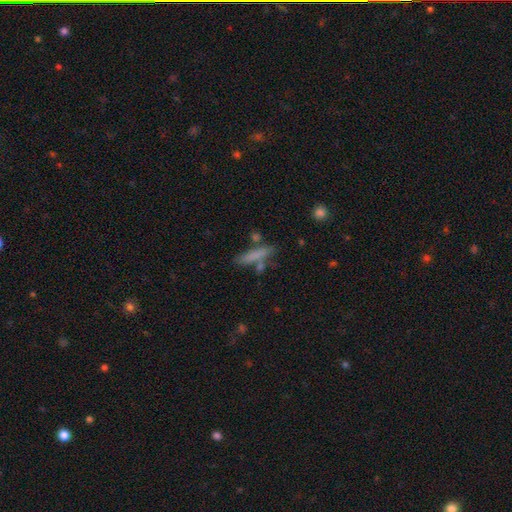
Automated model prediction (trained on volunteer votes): A smooth galaxy with no disk features (74%) that is cigar-shaped (82%).

Vote fractions:
- Smooth or featured? smooth: 74% / featured or disk: 18% / star or artifact: 8%
- How rounded? cigar-shaped: 82% / in between: 15% / round: 3%
- Merging? none: 67% / minor disturbance: 15% / merger: 12% / major disturbance: 5%